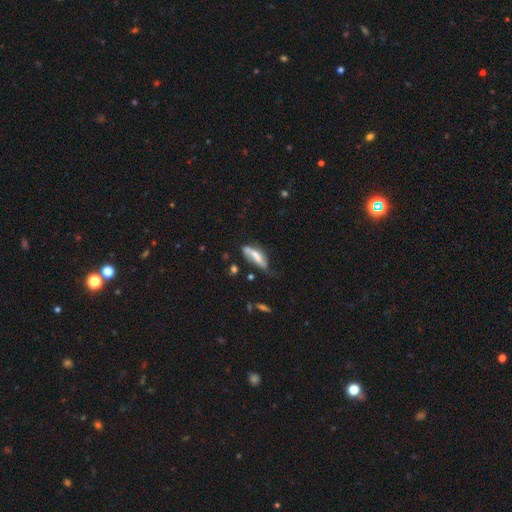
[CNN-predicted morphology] This appears to be a smooth galaxy with no disk features (56%) that is in between round and cigar-shaped (52%). Merging: none (35%).